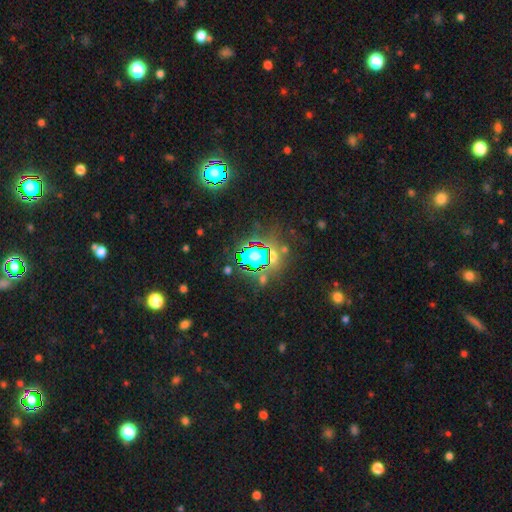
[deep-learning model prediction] Overall: star or artifact (66%).